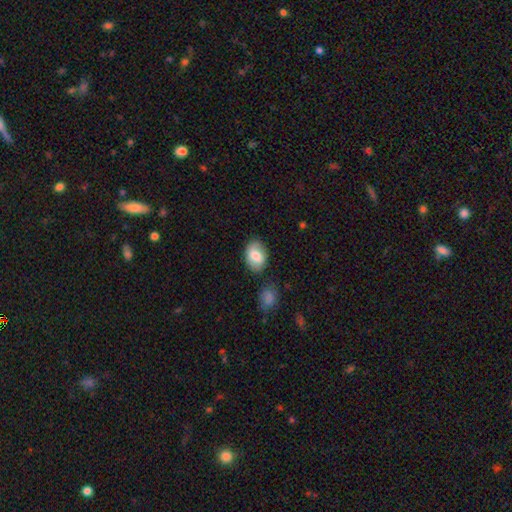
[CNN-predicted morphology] Overall: smooth (79%). How rounded: in between (80%). Merging: none (75%).